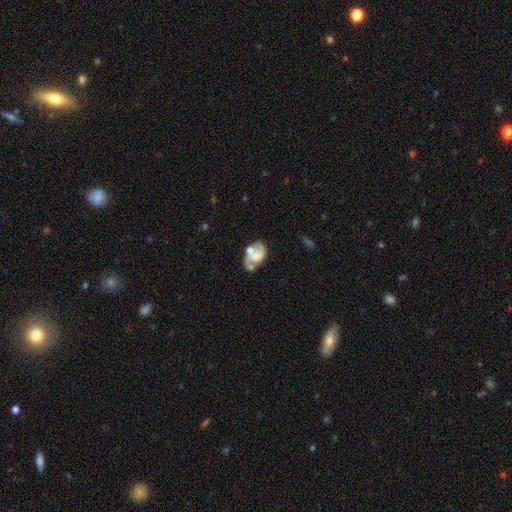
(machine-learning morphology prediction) smooth-or-featured: featured or disk: 55% | smooth: 36% | star or artifact: 9%
  disk-edge-on: no: 97% | yes: 3%
    bar: no: 76% | weak: 20% | strong: 4%
    has-spiral-arms: yes: 57% | no: 43%
    bulge-size: small: 40% | moderate: 32% | none: 22% | large: 5% | dominant: 2%
  merging: none: 35% | merger: 27% | minor disturbance: 22% | major disturbance: 15%